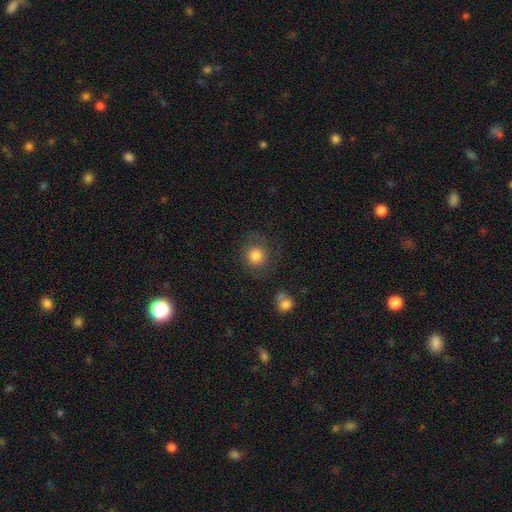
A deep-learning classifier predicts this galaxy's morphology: Smooth or featured? Predicted: smooth (p=0.80). How rounded? Predicted: round (p=0.85). Merging? Predicted: none (p=0.75).